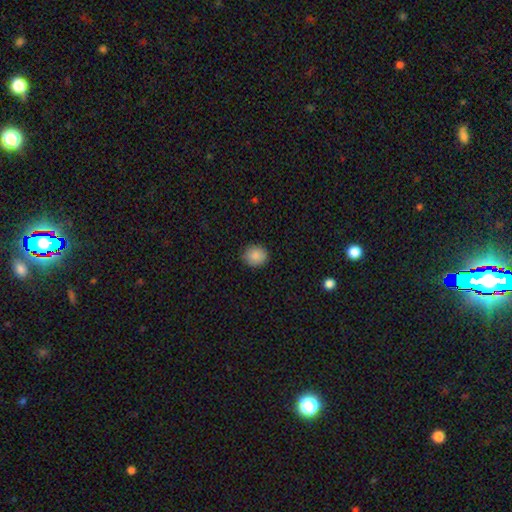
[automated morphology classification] Overall: smooth (88%). How rounded: round (79%). Merging: none (87%).